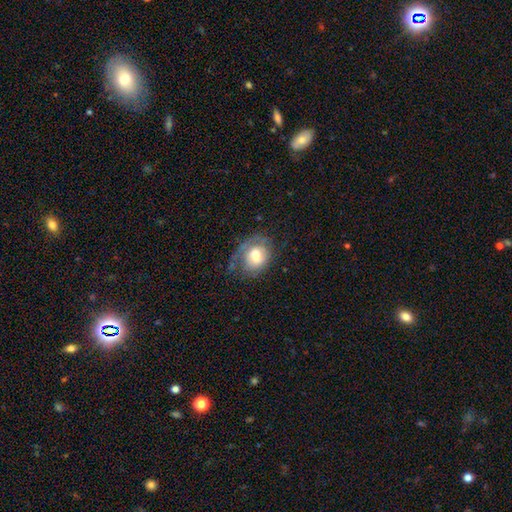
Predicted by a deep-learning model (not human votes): Overall: smooth (51%; featured or disk 41%). How rounded: in between (57%; round 42%). Merging: none (46%; minor disturbance 30%).